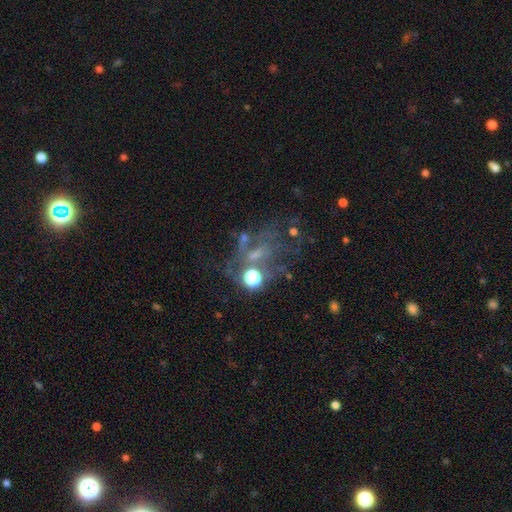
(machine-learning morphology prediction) This is possibly a featured or disk galaxy (46%). Merging: marginally none (38%).